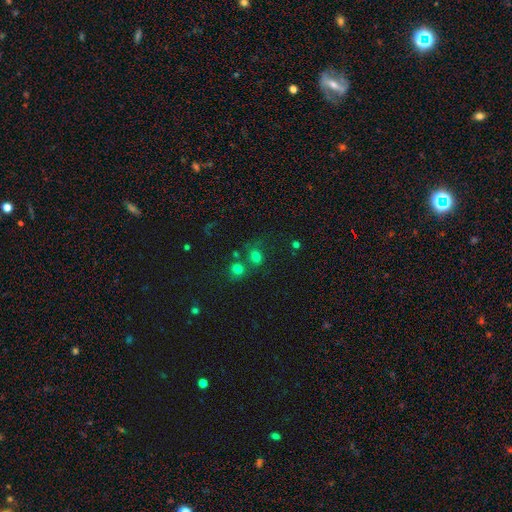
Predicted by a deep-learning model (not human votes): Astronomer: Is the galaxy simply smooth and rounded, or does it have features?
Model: smooth — 70%.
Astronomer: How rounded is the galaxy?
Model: round — 65%.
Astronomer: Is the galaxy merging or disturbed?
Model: none — 51% (runner-up: merger, 27%).